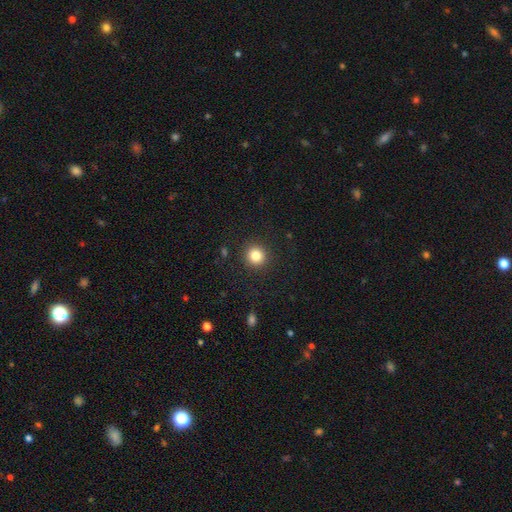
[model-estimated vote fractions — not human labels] Smooth or featured? Predicted: smooth (p=0.83). How rounded? Predicted: round (p=0.93). Merging? Predicted: none (p=0.91).